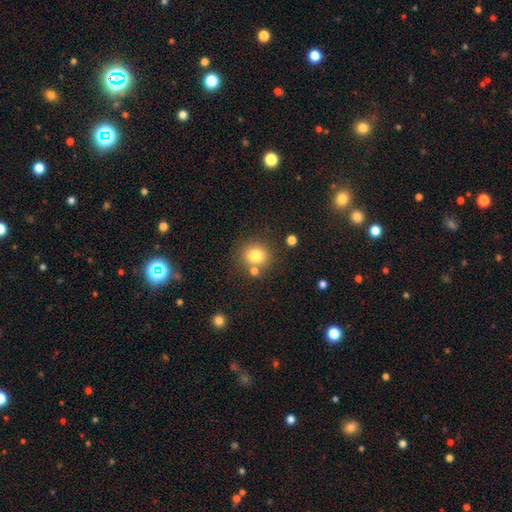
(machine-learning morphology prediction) smooth-or-featured: smooth: 80% | star or artifact: 12% | featured or disk: 8%
  how-rounded: round: 86% | in between: 13% | cigar-shaped: 1%
  merging: none: 74% | merger: 13% | minor disturbance: 10% | major disturbance: 3%